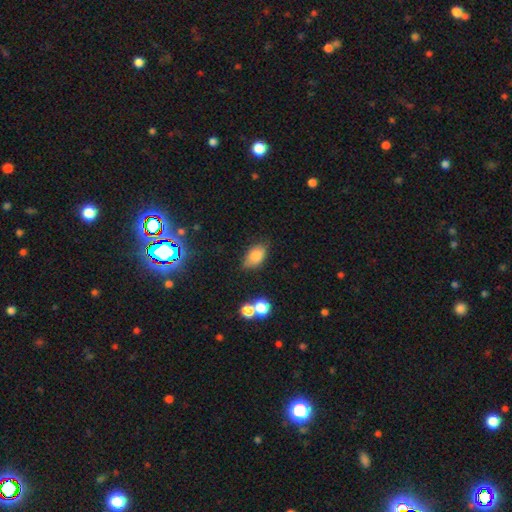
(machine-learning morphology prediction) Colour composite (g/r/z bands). It shows a smooth galaxy with no disk features (78%) that is in between round and cigar-shaped (88%). Merging: none (68%).